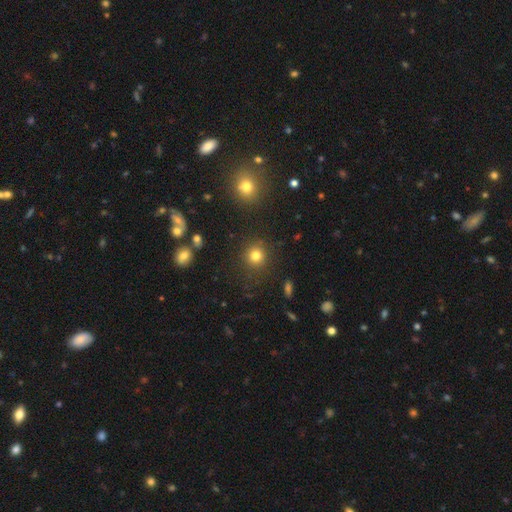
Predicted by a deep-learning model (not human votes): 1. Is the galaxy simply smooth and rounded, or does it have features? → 78% smooth, 15% star or artifact, 6% featured or disk.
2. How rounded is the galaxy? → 91% round, 8% in between, 1% cigar-shaped.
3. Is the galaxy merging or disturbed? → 87% none, 8% minor disturbance, 3% major disturbance, 2% merger.